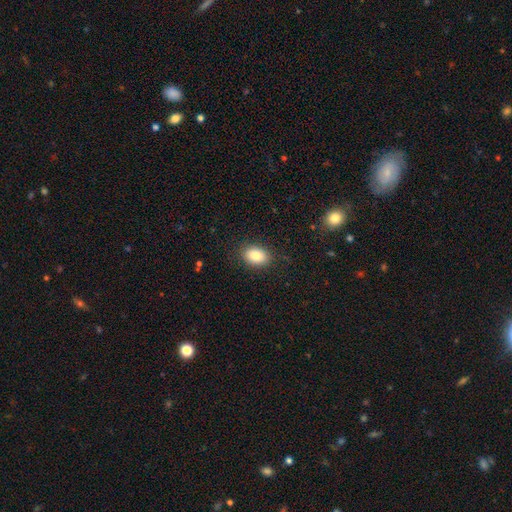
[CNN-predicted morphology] A smooth galaxy with no disk features (84%) that is in between round and cigar-shaped (80%).

Vote fractions:
- Smooth or featured? smooth: 84% / star or artifact: 8% / featured or disk: 7%
- How rounded? in between: 80% / round: 19% / cigar-shaped: 1%
- Merging? none: 87% / minor disturbance: 9% / major disturbance: 3% / merger: 1%